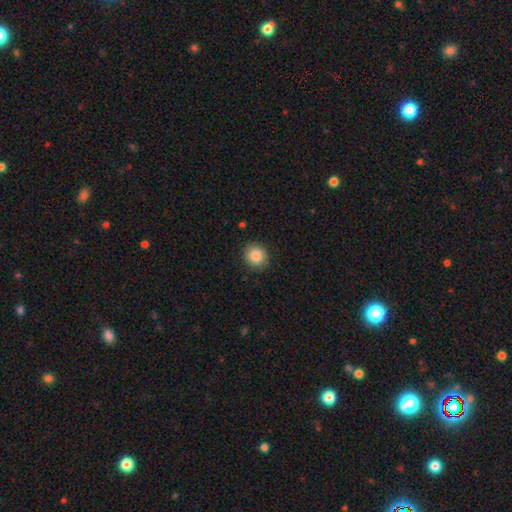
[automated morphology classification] Smooth or featured?
  - smooth: 87% *
  - star or artifact: 9%
  - featured or disk: 5%
How rounded?
  - round: 85% *
  - in between: 14%
  - cigar-shaped: 1%
Merging?
  - none: 89% *
  - minor disturbance: 8%
  - major disturbance: 2%
  - merger: 1%